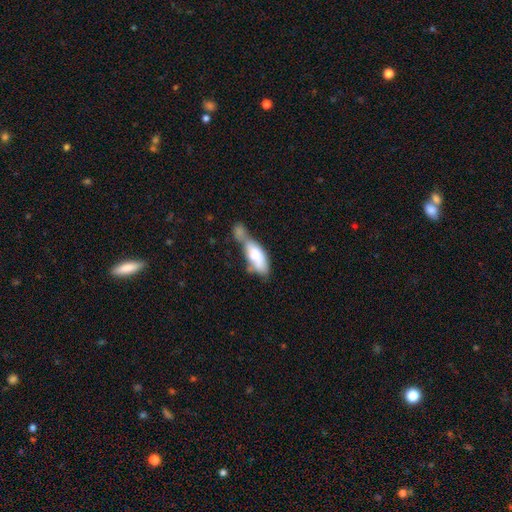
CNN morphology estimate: Smooth or featured?
  - smooth: 70% *
  - featured or disk: 24%
  - star or artifact: 7%
How rounded?
  - in between: 73% *
  - cigar-shaped: 24%
  - round: 3%
Merging?
  - merger: 51% *
  - none: 19%
  - minor disturbance: 17%
  - major disturbance: 13%